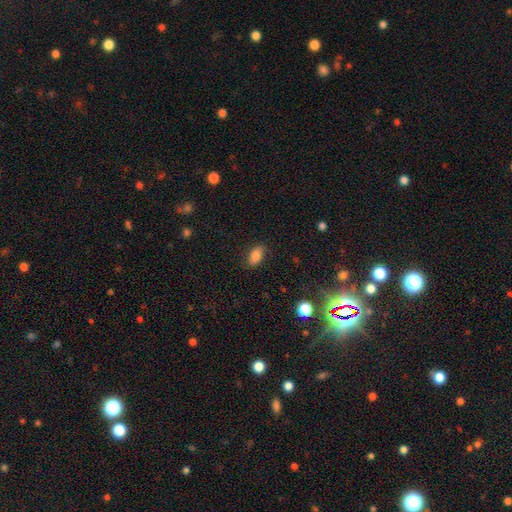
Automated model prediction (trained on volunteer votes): Morphology: type=smooth (81%); roundness=in between (89%); merging=none (84%).